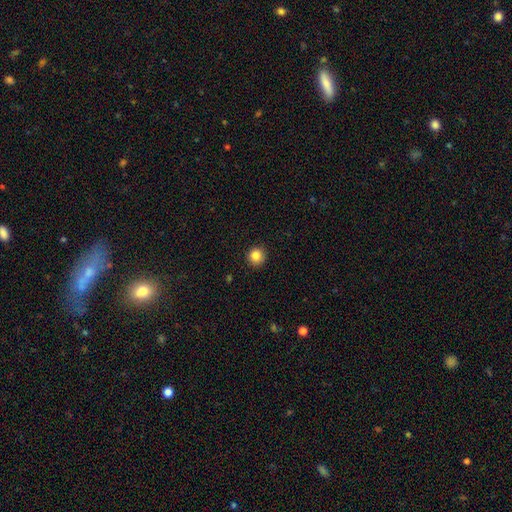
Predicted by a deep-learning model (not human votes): Q: Smooth or featured?
A: smooth (85%); runner-up: star or artifact (10%)
Q: How rounded?
A: round (93%); runner-up: in between (6%)
Q: Merging?
A: none (91%); runner-up: minor disturbance (6%)